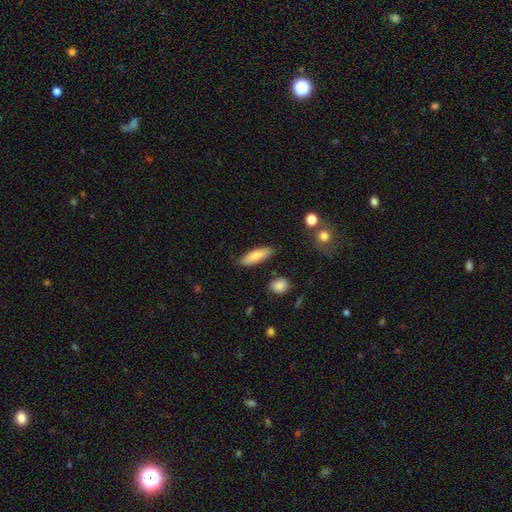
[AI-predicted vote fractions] This is likely a smooth galaxy (76%). How rounded: possibly cigar-shaped (50%). Merging: clearly none (81%).